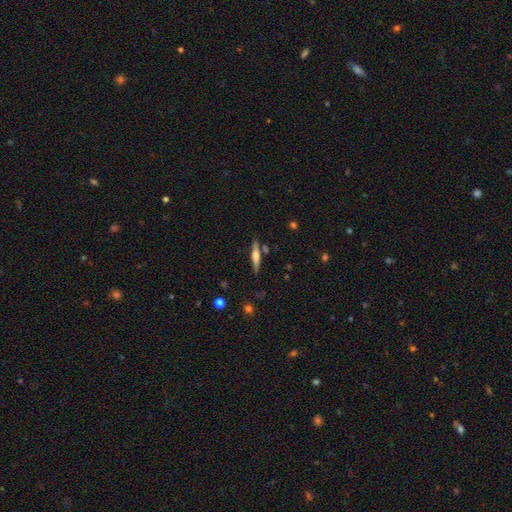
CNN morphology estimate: A featured or disk galaxy (55%) viewed edge-on (96%) with a rounded central bulge (71%).

Vote fractions:
- Smooth or featured? featured or disk: 55% / smooth: 39% / star or artifact: 7%
- Edge-on disk? yes: 96% / no: 4%
- Edge-on bulge? rounded: 71% / boxy: 19% / none: 11%
- Merging? none: 81% / minor disturbance: 11% / merger: 6% / major disturbance: 2%